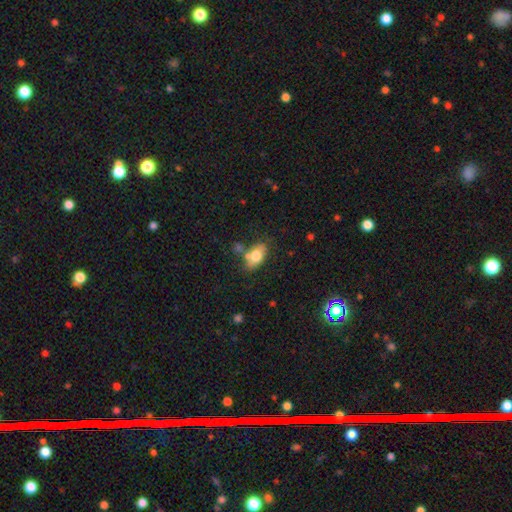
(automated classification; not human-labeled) The model was most divided on "merging": none: 58%, minor disturbance: 19%, merger: 18%, major disturbance: 6%. More confident: how rounded — in between (89%); smooth or featured — smooth (73%).